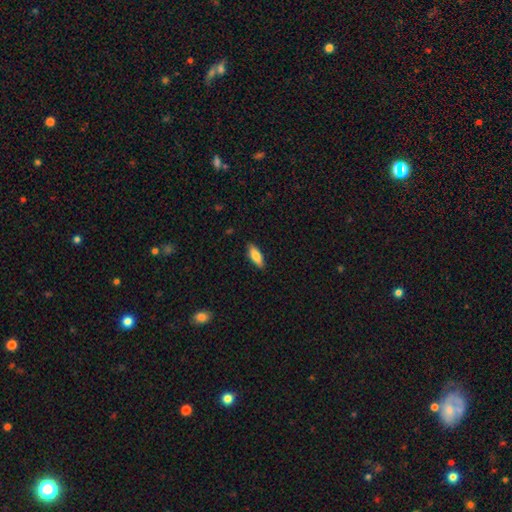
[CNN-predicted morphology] smooth_or_featured: smooth (p=0.81) [alt: featured or disk p=0.13]
how_rounded: in between (p=0.68) [alt: cigar-shaped p=0.30]
merging: none (p=0.88) [alt: minor disturbance p=0.09]